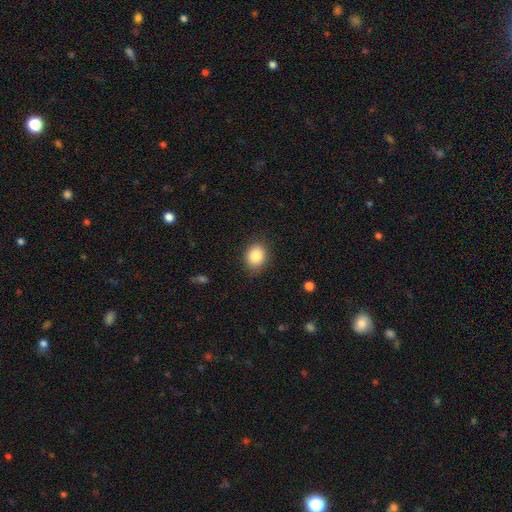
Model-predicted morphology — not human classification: type=smooth (86%); roundness=round (50%); merging=none (84%).